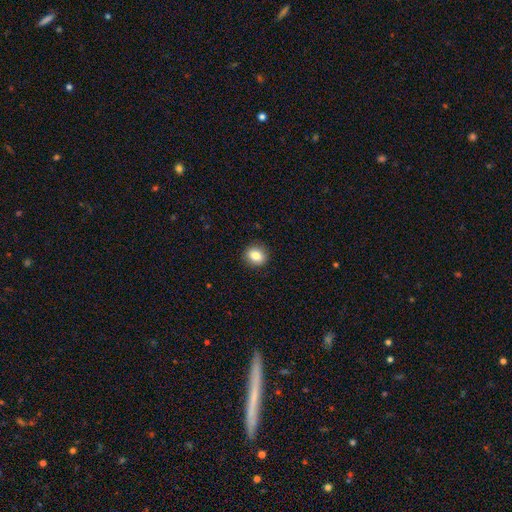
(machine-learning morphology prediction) smooth-or-featured: smooth: 82% | star or artifact: 9% | featured or disk: 8%
  how-rounded: round: 74% | in between: 25% | cigar-shaped: 1%
  merging: none: 90% | minor disturbance: 7% | major disturbance: 2% | merger: 1%